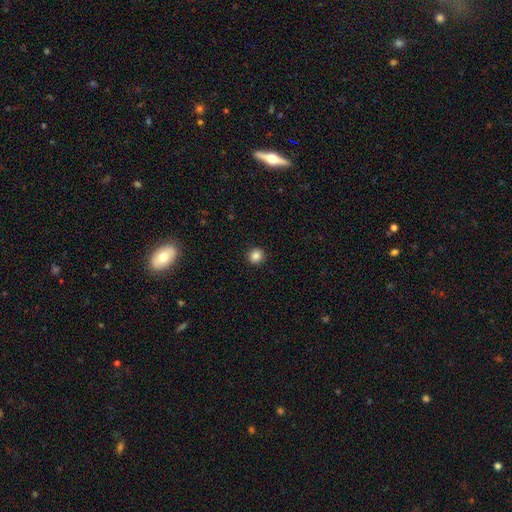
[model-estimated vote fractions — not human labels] Smooth or featured? Predicted: smooth (p=0.85). How rounded? Predicted: round (p=0.94). Merging? Predicted: none (p=0.93).